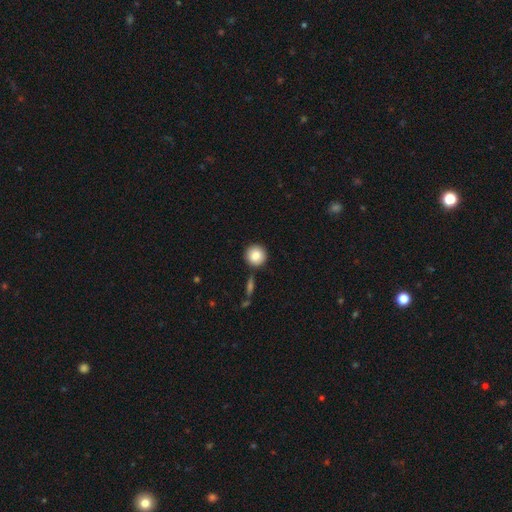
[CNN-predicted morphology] Smooth or featured: smooth — 86% (star or artifact — 8%)
How rounded: round — 94% (in between — 5%)
Merging: none — 85% (minor disturbance — 8%)